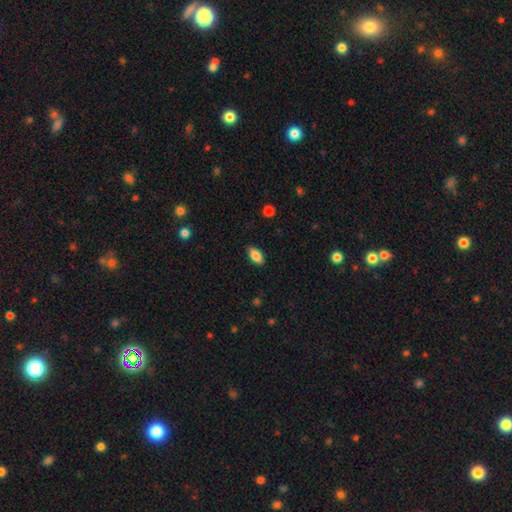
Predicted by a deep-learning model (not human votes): This is clearly a smooth galaxy (82%). How rounded: clearly in between (90%). Merging: clearly none (86%).